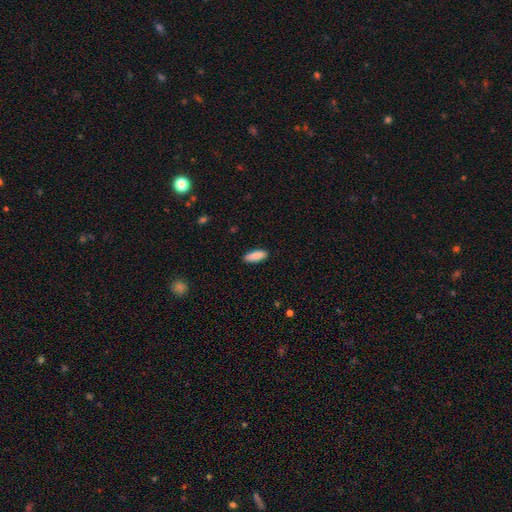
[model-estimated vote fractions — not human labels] smooth 89%, star or artifact 6%, featured or disk 5%. Down the decision tree: how rounded — in between (72%); merging — none (89%).